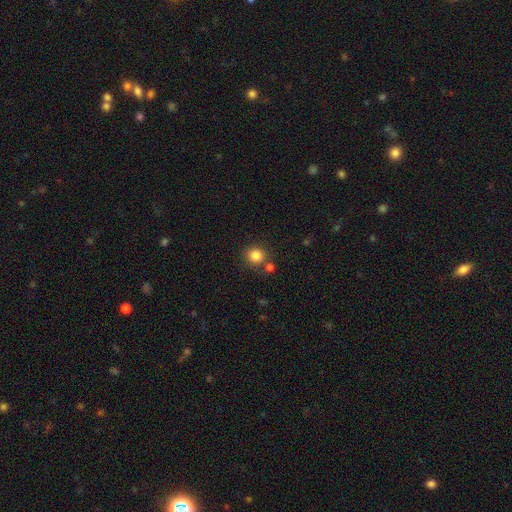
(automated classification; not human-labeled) smooth 84%, star or artifact 11%, featured or disk 5%. Down the decision tree: how rounded — round (88%); merging — none (75%).